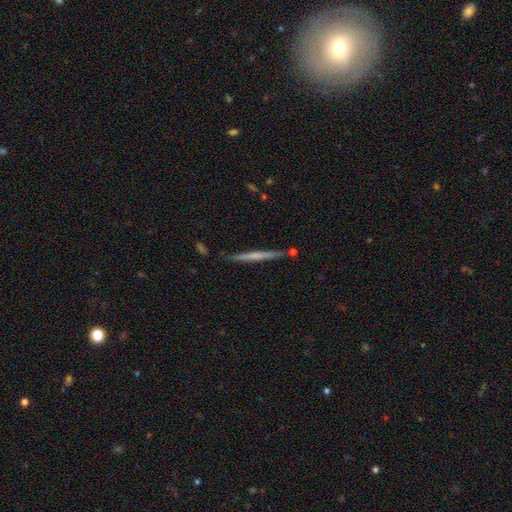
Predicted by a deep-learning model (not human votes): smooth-or-featured: featured or disk: 51% | smooth: 43% | star or artifact: 6%
  disk-edge-on: yes: 97% | no: 3%
  merging: none: 86% | minor disturbance: 9% | merger: 3% | major disturbance: 2%